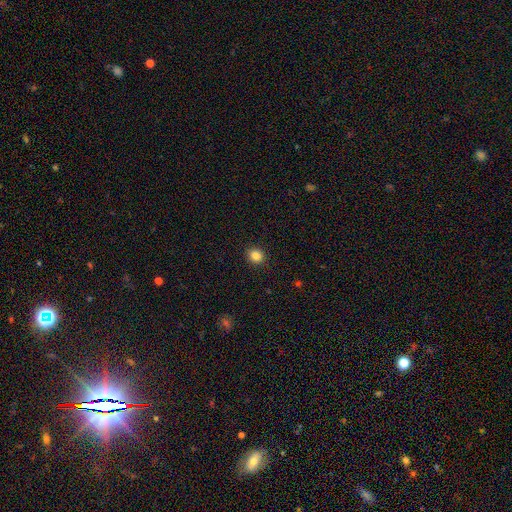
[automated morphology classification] smooth-or-featured: smooth: 85% | star or artifact: 11% | featured or disk: 4%
  how-rounded: round: 82% | in between: 17% | cigar-shaped: 1%
  merging: none: 92% | minor disturbance: 5% | major disturbance: 2% | merger: 1%